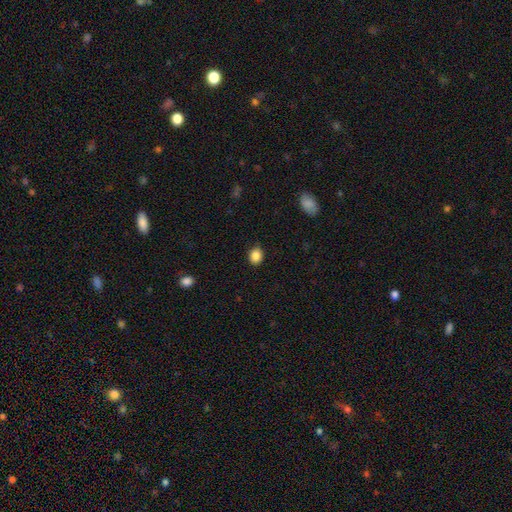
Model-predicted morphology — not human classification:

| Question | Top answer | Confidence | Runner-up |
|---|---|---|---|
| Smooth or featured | smooth | 87% | star or artifact (10%) |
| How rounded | round | 59% | in between (40%) |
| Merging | none | 87% | minor disturbance (10%) |